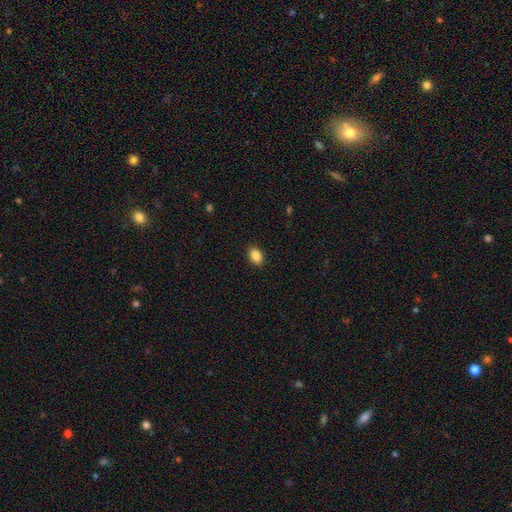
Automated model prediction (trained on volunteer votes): Morphology: type=smooth (88%); roundness=in between (82%); merging=none (89%).